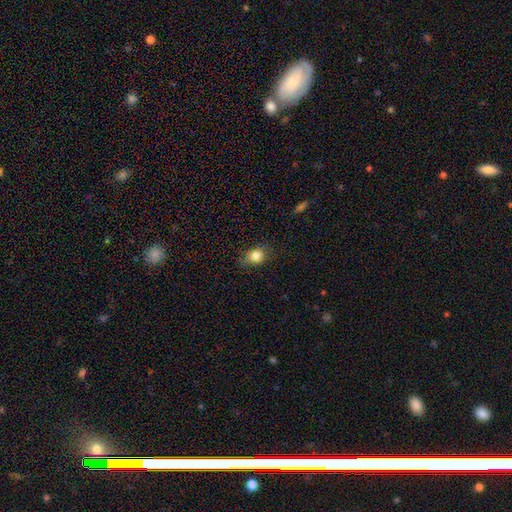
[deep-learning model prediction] Smooth or featured? Predicted: smooth (p=0.84). How rounded? Predicted: round (p=0.55). Merging? Predicted: none (p=0.74).